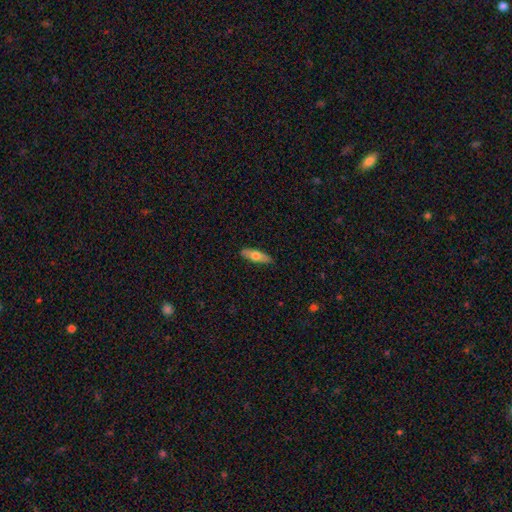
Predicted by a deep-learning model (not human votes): Smooth or featured? Predicted: smooth (p=0.62). How rounded? Predicted: in between (p=0.54). Merging? Predicted: none (p=0.88).